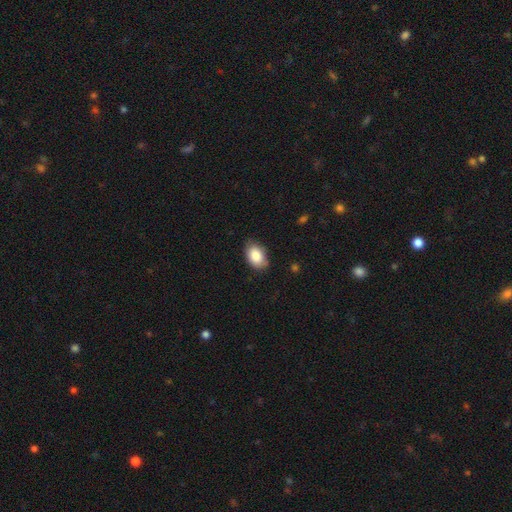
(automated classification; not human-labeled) Smooth or featured?
  - smooth: 87% *
  - star or artifact: 7%
  - featured or disk: 7%
How rounded?
  - in between: 87% *
  - round: 11%
  - cigar-shaped: 1%
Merging?
  - none: 77% *
  - minor disturbance: 19%
  - major disturbance: 3%
  - merger: 1%